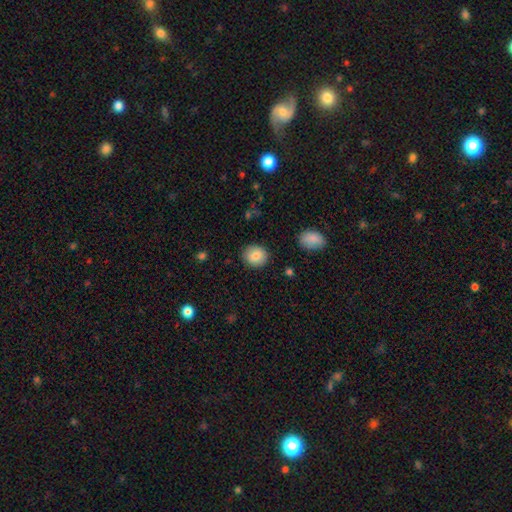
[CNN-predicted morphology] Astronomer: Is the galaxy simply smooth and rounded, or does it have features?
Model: smooth — 83%.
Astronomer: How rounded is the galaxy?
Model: round — 82%.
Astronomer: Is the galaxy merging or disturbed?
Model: none — 88%.